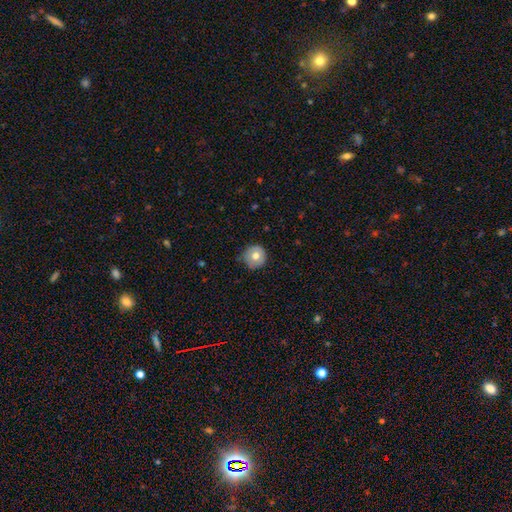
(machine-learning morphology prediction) type=smooth (72%); roundness=round (94%); merging=none (82%).